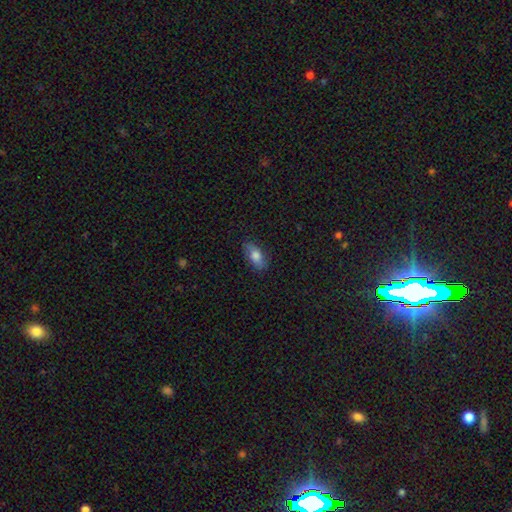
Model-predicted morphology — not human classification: Smooth or featured?
  - smooth: 72% *
  - featured or disk: 21%
  - star or artifact: 7%
How rounded?
  - in between: 85% *
  - cigar-shaped: 10%
  - round: 4%
Merging?
  - none: 81% *
  - minor disturbance: 14%
  - major disturbance: 3%
  - merger: 1%